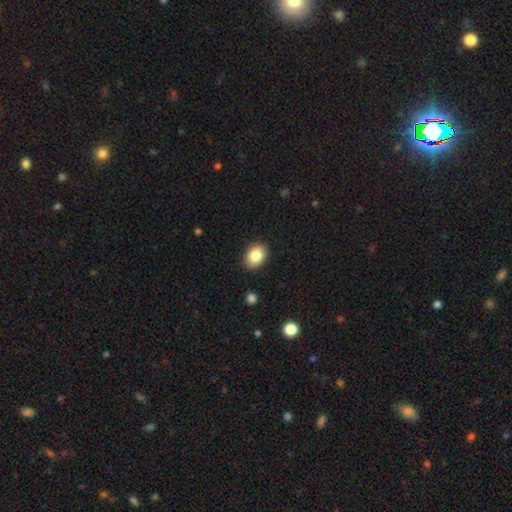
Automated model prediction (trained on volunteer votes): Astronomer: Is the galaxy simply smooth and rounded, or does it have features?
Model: smooth — 85%.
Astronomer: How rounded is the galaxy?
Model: in between — 62% (runner-up: round, 37%).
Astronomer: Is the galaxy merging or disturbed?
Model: none — 90%.